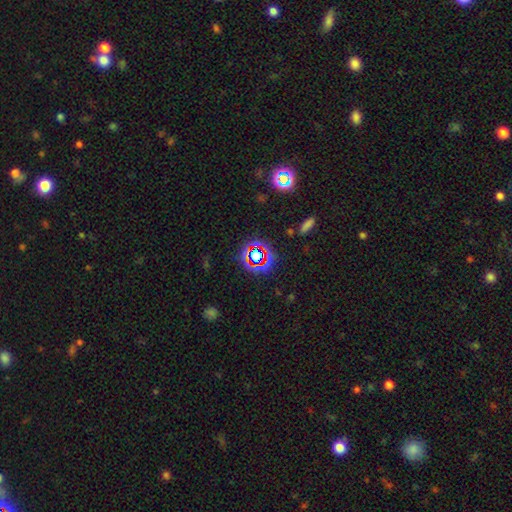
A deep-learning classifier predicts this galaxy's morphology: This is likely a star or artifact rather than a galaxy (67%).